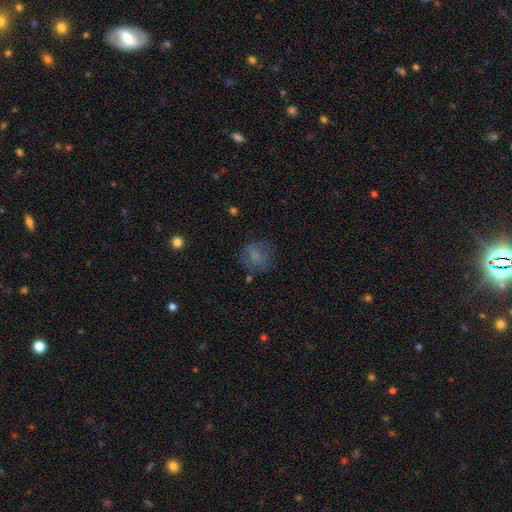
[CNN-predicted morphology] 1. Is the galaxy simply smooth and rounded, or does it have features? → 63% smooth, 24% featured or disk, 13% star or artifact.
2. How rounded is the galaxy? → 72% round, 27% in between, 1% cigar-shaped.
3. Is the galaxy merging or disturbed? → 62% none, 20% minor disturbance, 16% major disturbance, 3% merger.